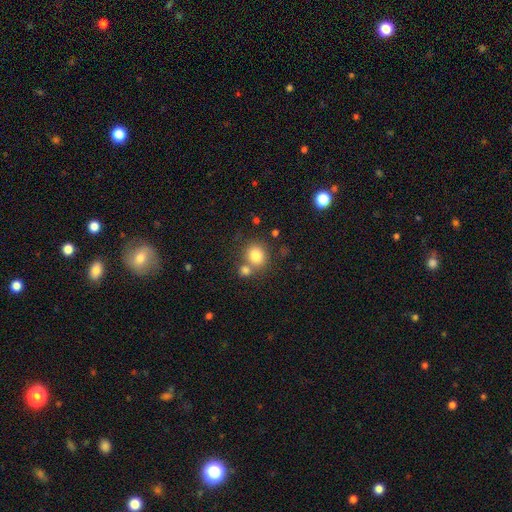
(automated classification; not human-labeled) A smooth galaxy with no disk features (81%) that is round (79%). Merging: none (59%).